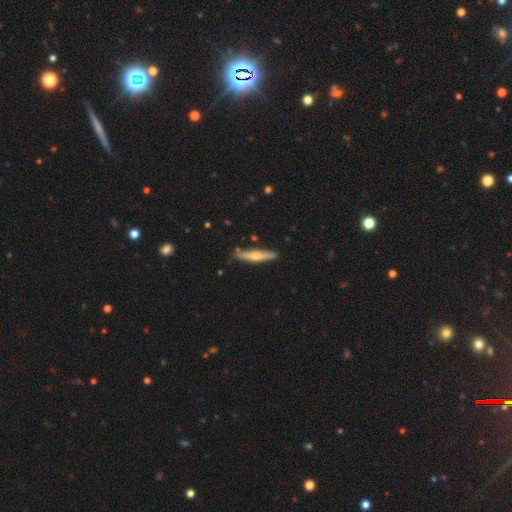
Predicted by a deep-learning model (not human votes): Q: Smooth or featured?
A: featured or disk (48%); runner-up: smooth (47%)
Q: Merging?
A: none (85%); runner-up: minor disturbance (11%)